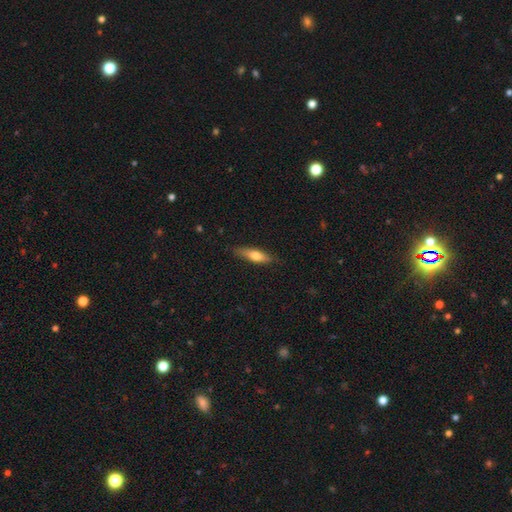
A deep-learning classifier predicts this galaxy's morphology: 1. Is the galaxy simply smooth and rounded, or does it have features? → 63% smooth, 31% featured or disk, 6% star or artifact.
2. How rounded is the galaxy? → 62% cigar-shaped, 36% in between, 2% round.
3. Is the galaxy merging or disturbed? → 83% none, 14% minor disturbance, 3% major disturbance, 1% merger.